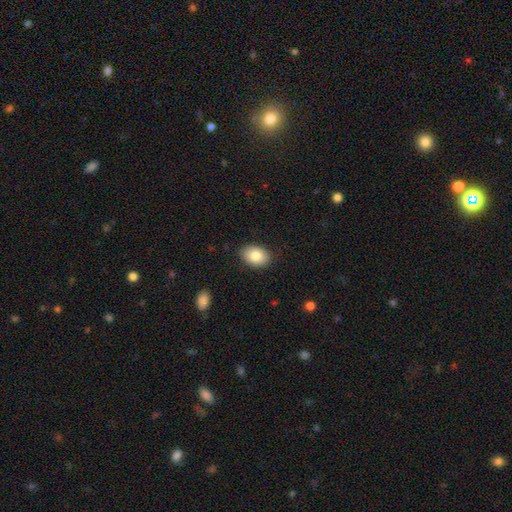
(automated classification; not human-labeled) Smooth or featured?
  - smooth: 84% *
  - featured or disk: 9%
  - star or artifact: 7%
How rounded?
  - in between: 81% *
  - round: 18%
  - cigar-shaped: 1%
Merging?
  - none: 87% *
  - minor disturbance: 10%
  - major disturbance: 2%
  - merger: 1%